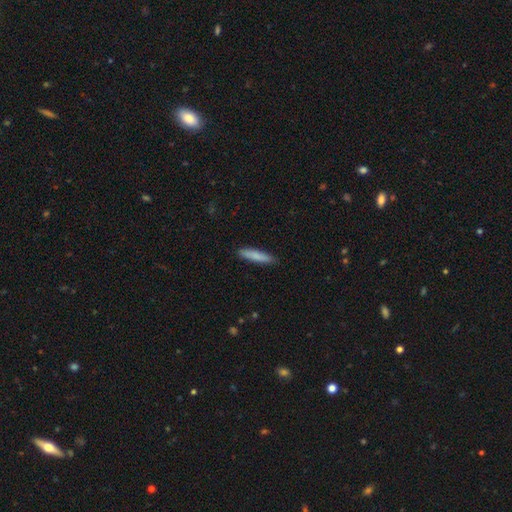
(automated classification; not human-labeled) Smooth or featured? smooth (83%)
How rounded? cigar-shaped (86%)
Merging? none (89%)